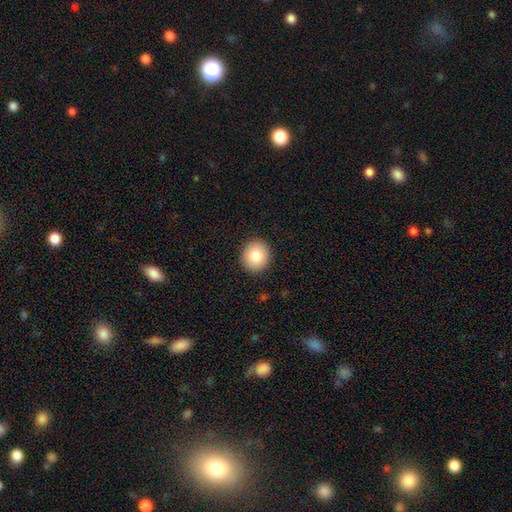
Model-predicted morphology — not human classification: Smooth or featured: smooth — 83% (featured or disk — 9%)
How rounded: round — 85% (in between — 14%)
Merging: none — 91% (minor disturbance — 6%)